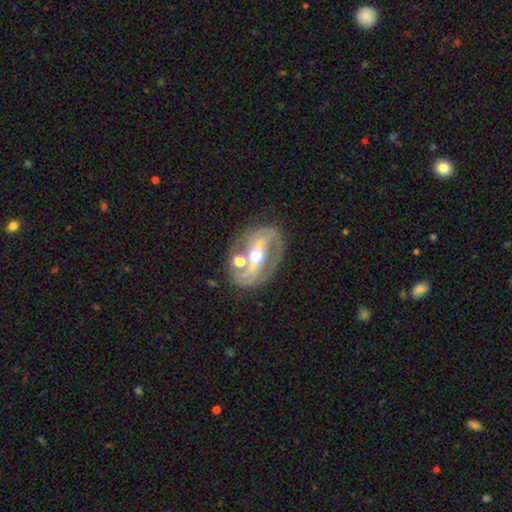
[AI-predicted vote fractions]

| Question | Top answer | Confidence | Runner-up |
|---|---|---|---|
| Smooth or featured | featured or disk | 80% | smooth (13%) |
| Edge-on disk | no | 92% | yes (8%) |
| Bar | strong | 57% | weak (24%) |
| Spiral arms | yes | 68% | no (32%) |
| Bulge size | moderate | 77% | small (13%) |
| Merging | none | 64% | minor disturbance (15%) |